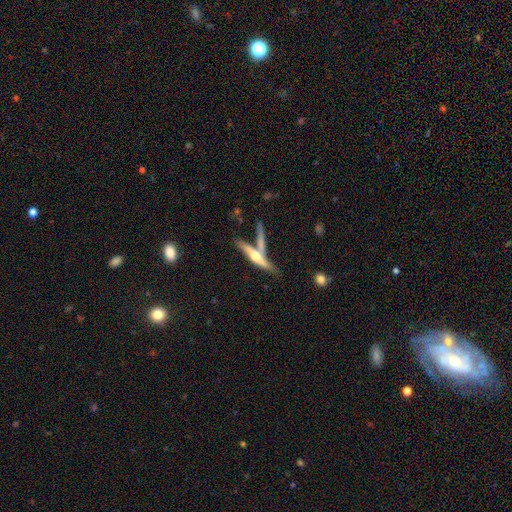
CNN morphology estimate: type=featured or disk (60%); edge-on=yes (93%); edge-on bulge=rounded (83%); merging=none (53%).